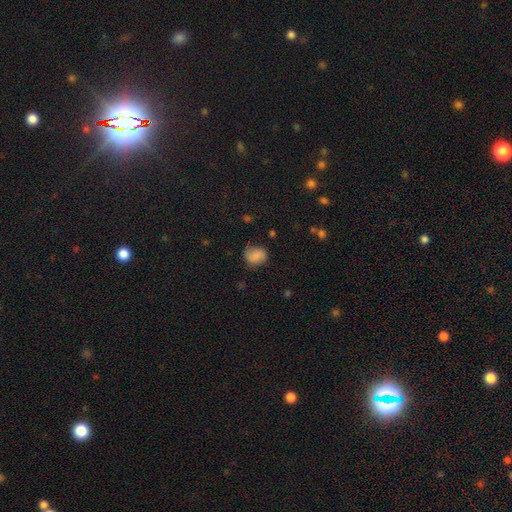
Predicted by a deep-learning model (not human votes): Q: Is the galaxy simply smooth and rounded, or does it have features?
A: smooth — 79%.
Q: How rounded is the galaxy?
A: round — 59%.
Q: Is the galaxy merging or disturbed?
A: none — 69%.